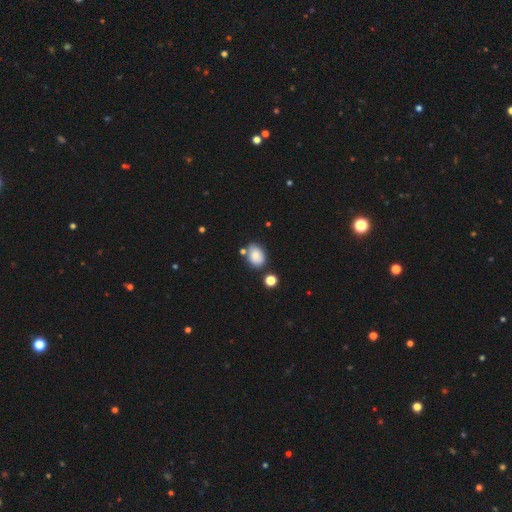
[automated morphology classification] smooth-or-featured: smooth: 81% | featured or disk: 10% | star or artifact: 9%
  how-rounded: in between: 70% | round: 29% | cigar-shaped: 1%
  merging: none: 68% | minor disturbance: 17% | merger: 11% | major disturbance: 4%